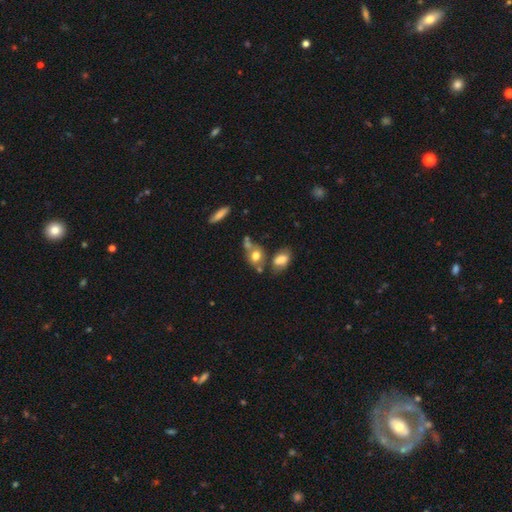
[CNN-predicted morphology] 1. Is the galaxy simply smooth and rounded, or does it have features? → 71% smooth, 18% featured or disk, 11% star or artifact.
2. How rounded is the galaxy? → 56% in between, 40% round, 3% cigar-shaped.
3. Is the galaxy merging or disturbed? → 42% none, 35% merger, 16% minor disturbance, 7% major disturbance.